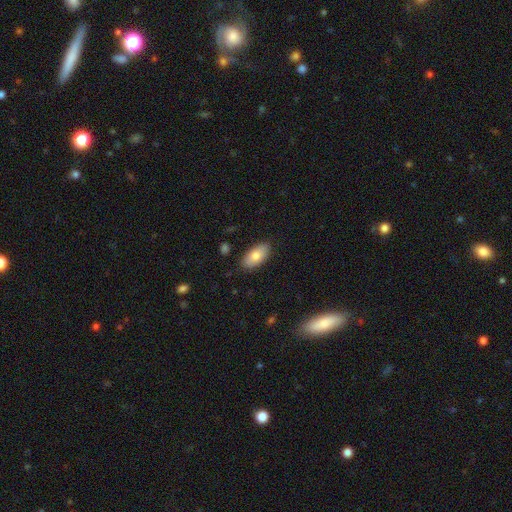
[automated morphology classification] type=smooth (78%); roundness=in between (93%); merging=none (86%).